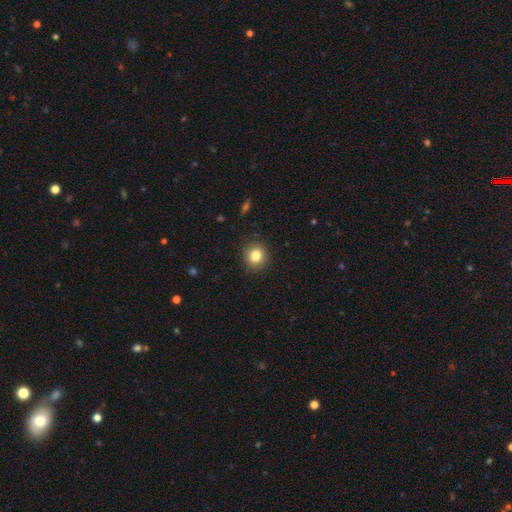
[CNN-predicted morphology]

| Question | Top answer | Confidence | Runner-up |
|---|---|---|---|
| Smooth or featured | smooth | 83% | star or artifact (10%) |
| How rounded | round | 85% | in between (15%) |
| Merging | none | 89% | minor disturbance (7%) |